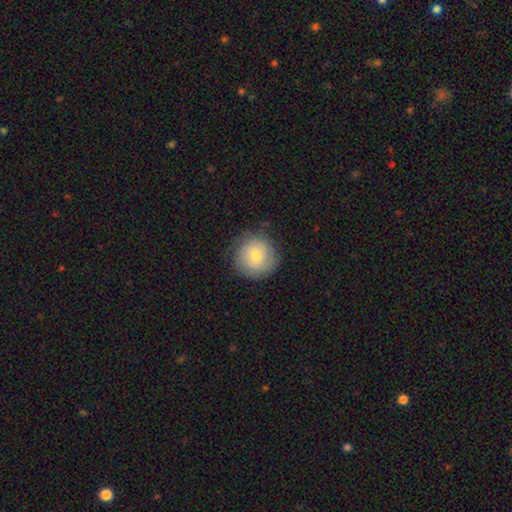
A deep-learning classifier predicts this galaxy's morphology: The model was most divided on "smooth or featured": smooth: 54%, featured or disk: 38%, star or artifact: 8%. More confident: how rounded — round (92%); merging — none (79%).